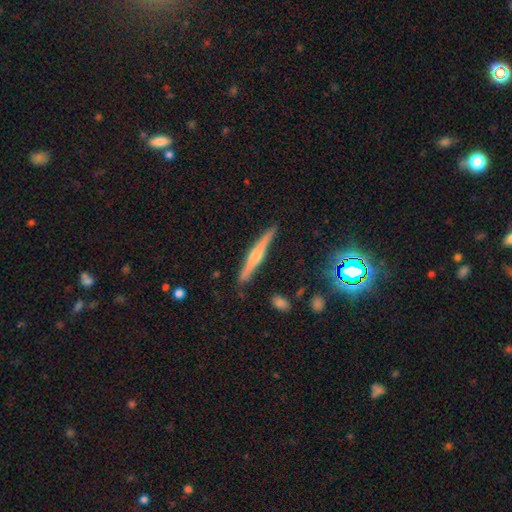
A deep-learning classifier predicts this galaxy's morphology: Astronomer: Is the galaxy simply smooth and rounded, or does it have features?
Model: featured or disk — 65%.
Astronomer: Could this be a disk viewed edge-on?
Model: yes — 98%.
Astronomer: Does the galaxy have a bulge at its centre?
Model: rounded — 78%.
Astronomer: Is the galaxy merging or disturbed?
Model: none — 88%.